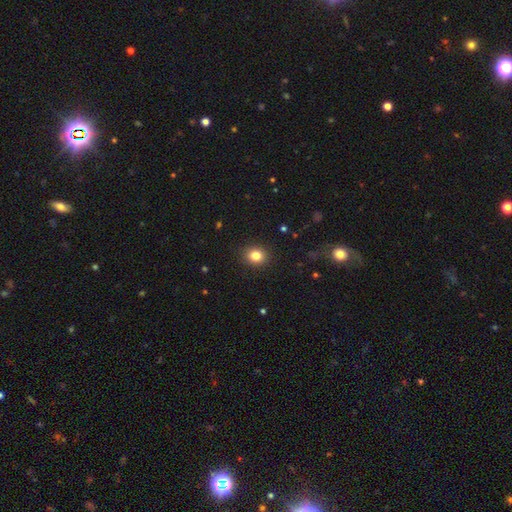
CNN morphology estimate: The model was most divided on "how rounded": round: 73%, in between: 26%, cigar-shaped: 1%. More confident: merging — none (91%); smooth or featured — smooth (83%).